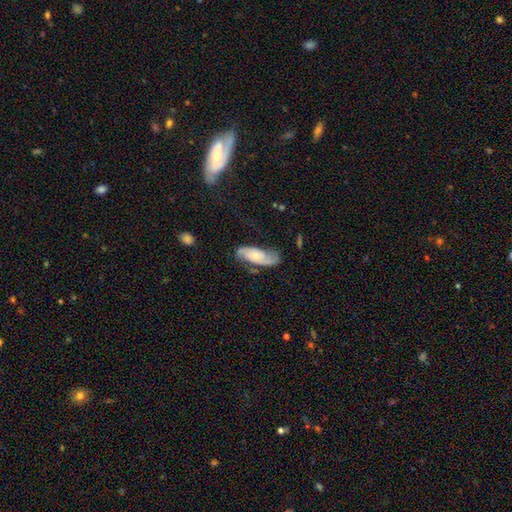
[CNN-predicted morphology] A featured or disk galaxy (70%) with no bar (71%), 2 (82%) medium (43%) spiral arms (92%) and a small central bulge (55%).

Vote fractions:
- Smooth or featured? featured or disk: 70% / smooth: 24% / star or artifact: 6%
- Edge-on disk? no: 93% / yes: 7%
- Bar? no: 71% / weak: 23% / strong: 6%
- Spiral arms? yes: 92% / no: 8%
- Spiral winding? medium: 43% / tight: 31% / loose: 27%
- Spiral arm count? 2: 82% / can't tell: 9% / 1: 6% / 3: 1% / 4: 1% / more than 4: 1%
- Bulge size? small: 55% / moderate: 37% / none: 4% / large: 3% / dominant: 1%
- Merging? none: 65% / minor disturbance: 22% / major disturbance: 11% / merger: 2%